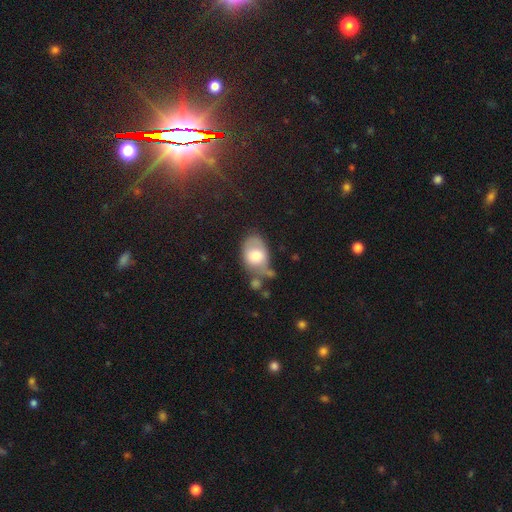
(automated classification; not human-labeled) A smooth galaxy with no disk features (68%) that is in between round and cigar-shaped (81%).

Vote fractions:
- Smooth or featured? smooth: 68% / featured or disk: 24% / star or artifact: 8%
- How rounded? in between: 81% / round: 18% / cigar-shaped: 1%
- Merging? none: 36% / minor disturbance: 30% / major disturbance: 18% / merger: 16%